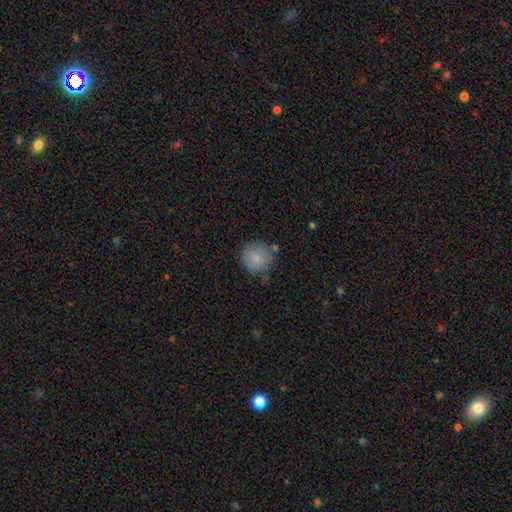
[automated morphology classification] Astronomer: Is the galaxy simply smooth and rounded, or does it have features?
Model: smooth — 85%.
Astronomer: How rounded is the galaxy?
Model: round — 93%.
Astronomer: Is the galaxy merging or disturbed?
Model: none — 77%.